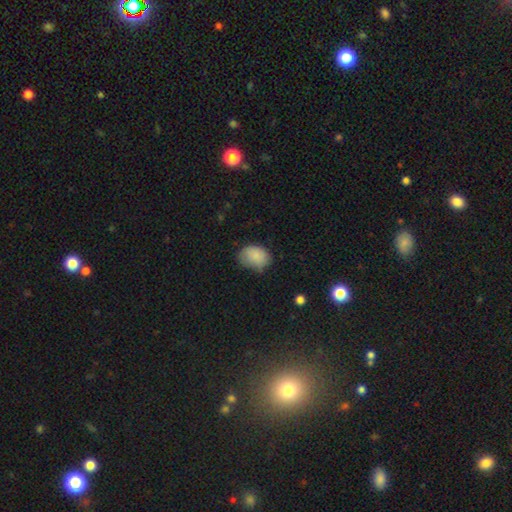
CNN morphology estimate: A smooth galaxy with no disk features (86%) that is in between round and cigar-shaped (72%). Merging: none (59%).